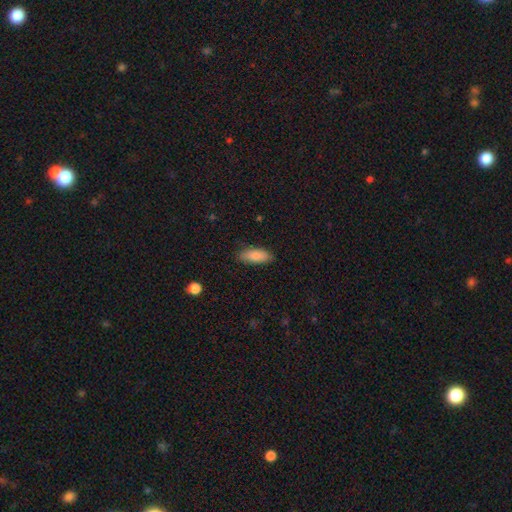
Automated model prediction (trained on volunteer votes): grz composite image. It shows a smooth galaxy with no disk features (86%) that is in between round and cigar-shaped (75%). Merging: none (85%).